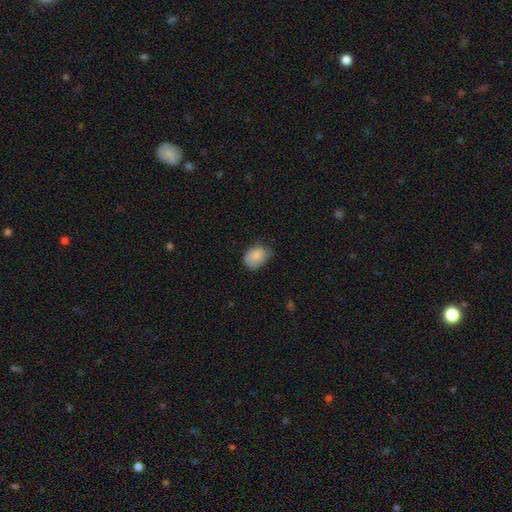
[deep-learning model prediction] Morphology: type=smooth (81%); roundness=in between (69%); merging=none (50%).